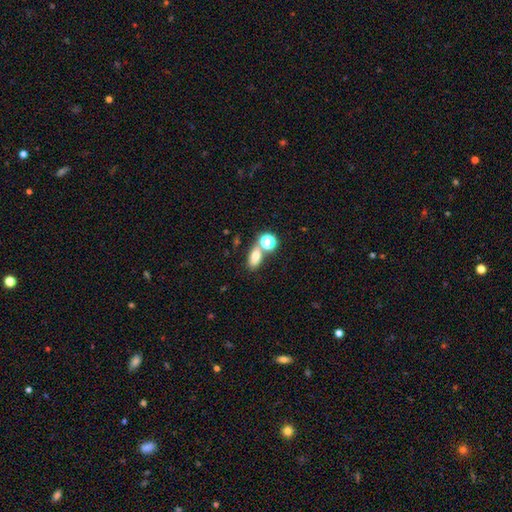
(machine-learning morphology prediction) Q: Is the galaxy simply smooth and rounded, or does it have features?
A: smooth — 74%.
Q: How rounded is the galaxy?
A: in between — 76%.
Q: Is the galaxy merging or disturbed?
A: none — 58%.